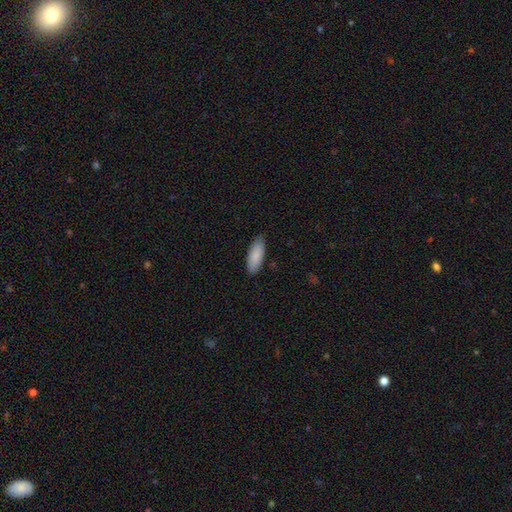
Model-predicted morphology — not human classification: smooth-or-featured: smooth: 87% | featured or disk: 8% | star or artifact: 6%
  how-rounded: in between: 73% | cigar-shaped: 25% | round: 2%
  merging: none: 84% | minor disturbance: 13% | major disturbance: 2% | merger: 1%